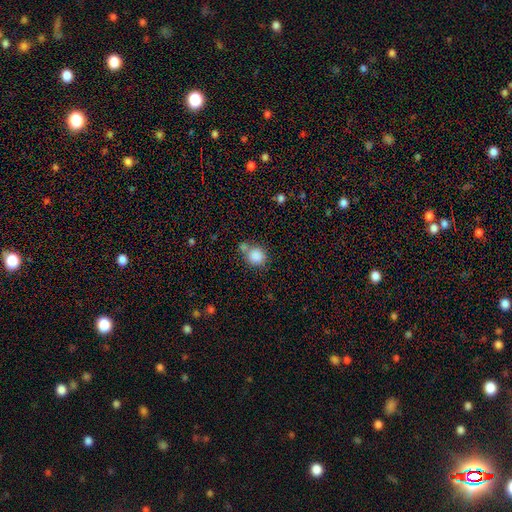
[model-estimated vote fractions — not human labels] Q: Smooth or featured?
A: smooth (85%); runner-up: star or artifact (9%)
Q: How rounded?
A: round (81%); runner-up: in between (18%)
Q: Merging?
A: none (55%); runner-up: merger (26%)